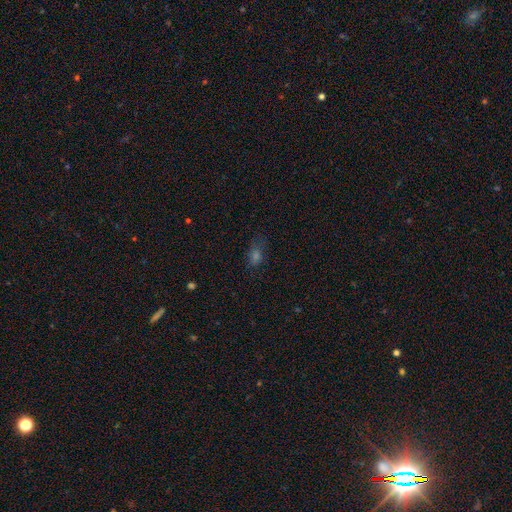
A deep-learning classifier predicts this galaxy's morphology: smooth 53%, star or artifact 32%, featured or disk 15%. Down the decision tree: how rounded — in between (75%); merging — none (66%).